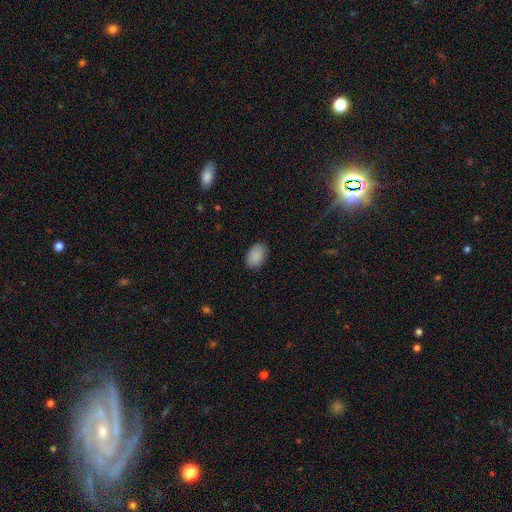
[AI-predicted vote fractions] Q: Smooth or featured?
A: smooth (89%); runner-up: star or artifact (7%)
Q: How rounded?
A: in between (86%); runner-up: round (13%)
Q: Merging?
A: none (84%); runner-up: minor disturbance (12%)